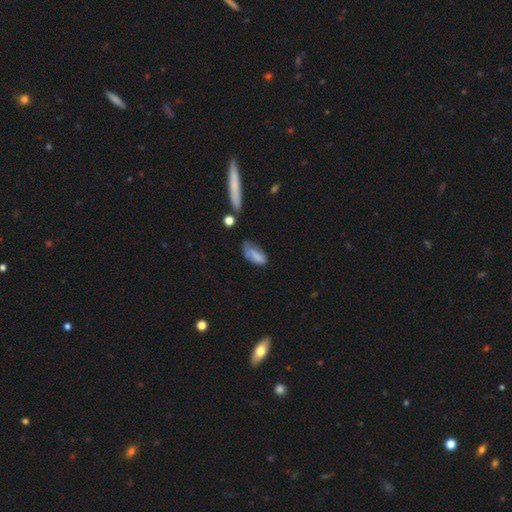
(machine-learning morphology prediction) Overall: smooth (69%). How rounded: in between (83%). Merging: none (40%; minor disturbance 35%).